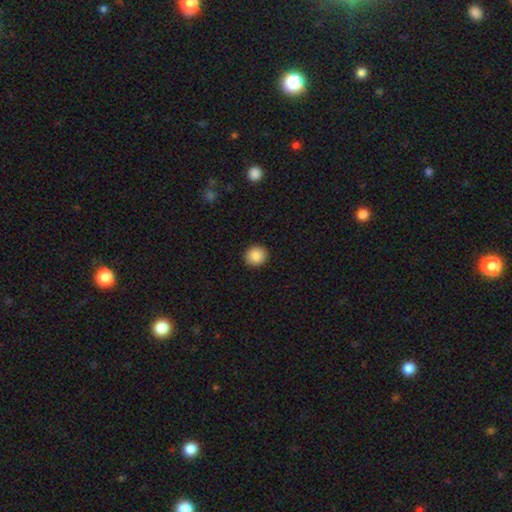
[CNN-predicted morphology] Smooth or featured? smooth (88%)
How rounded? round (89%)
Merging? none (93%)